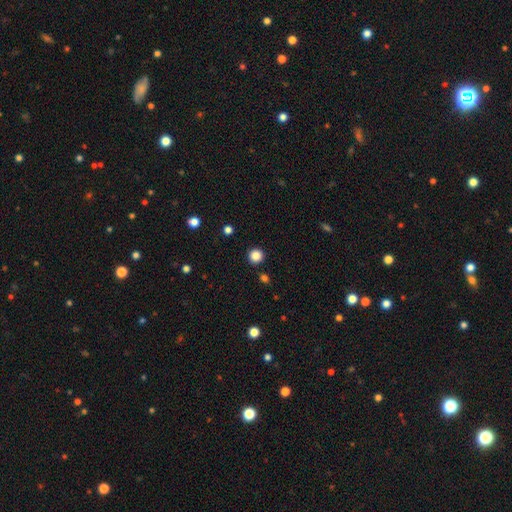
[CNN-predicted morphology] Smooth or featured? smooth (86%)
How rounded? round (94%)
Merging? none (91%)